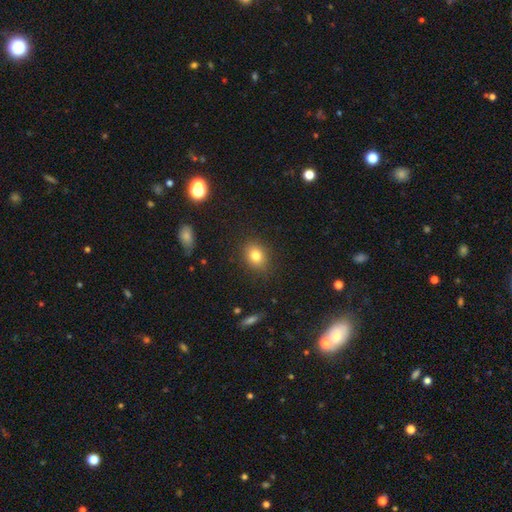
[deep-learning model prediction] A smooth galaxy with no disk features (81%) that is round (53%).

Vote fractions:
- Smooth or featured? smooth: 81% / star or artifact: 11% / featured or disk: 8%
- How rounded? round: 53% / in between: 46% / cigar-shaped: 1%
- Merging? none: 86% / minor disturbance: 10% / major disturbance: 3% / merger: 1%